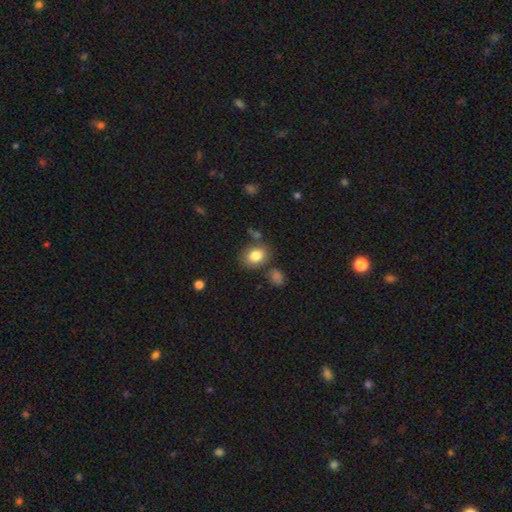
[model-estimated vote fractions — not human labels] A smooth galaxy with no disk features (83%) that is in between round and cigar-shaped (57%).

Vote fractions:
- Smooth or featured? smooth: 83% / star or artifact: 9% / featured or disk: 8%
- How rounded? in between: 57% / round: 42% / cigar-shaped: 1%
- Merging? none: 74% / minor disturbance: 14% / merger: 7% / major disturbance: 5%